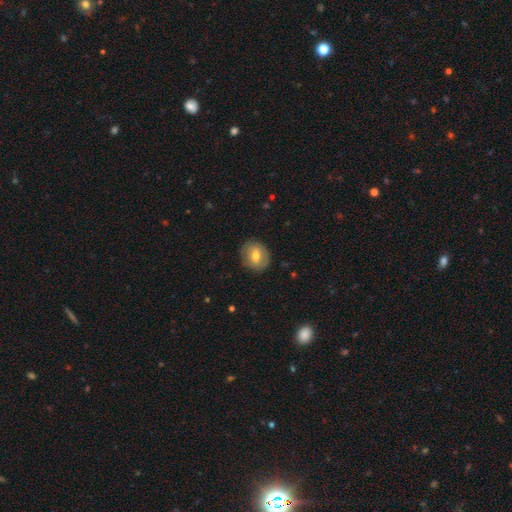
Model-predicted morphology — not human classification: Q: Smooth or featured?
A: smooth (59%); runner-up: featured or disk (34%)
Q: How rounded?
A: round (67%); runner-up: in between (32%)
Q: Merging?
A: none (84%); runner-up: minor disturbance (12%)